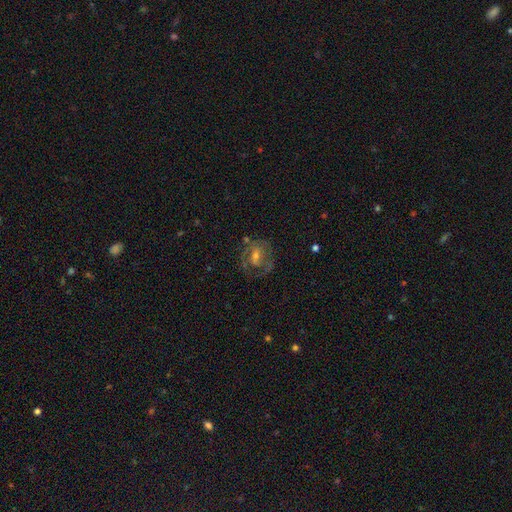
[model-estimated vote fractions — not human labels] A featured or disk galaxy (68%) with a weak bar (44%), spiral arms (69%) and a small central bulge (46%). Merging: none (59%).